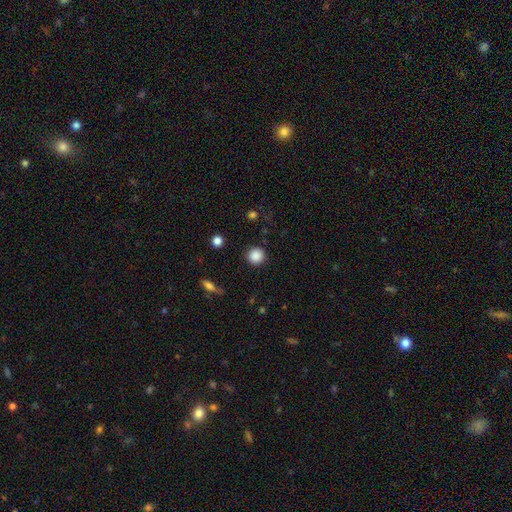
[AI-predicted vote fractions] smooth 87%, star or artifact 10%, featured or disk 3%. Down the decision tree: how rounded — round (94%); merging — none (90%).